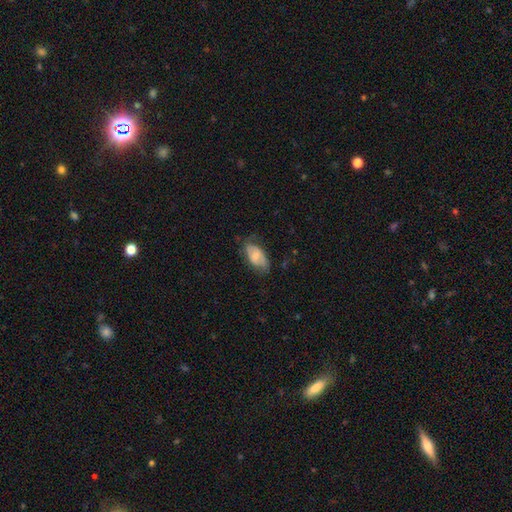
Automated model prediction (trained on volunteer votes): Smooth or featured: smooth — 57% (featured or disk — 36%)
How rounded: in between — 93% (round — 4%)
Merging: none — 62% (minor disturbance — 28%)